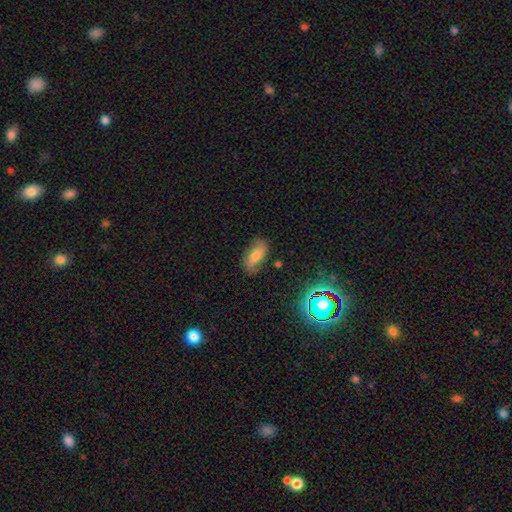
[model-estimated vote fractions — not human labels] This appears to be a smooth galaxy with no disk features (65%) that is in between round and cigar-shaped (84%). Merging: none (76%).